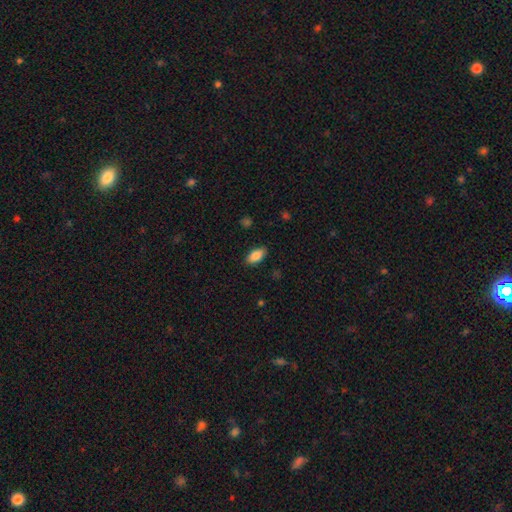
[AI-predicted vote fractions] smooth_or_featured: smooth (p=0.86) [alt: star or artifact p=0.07]
how_rounded: in between (p=0.90) [alt: cigar-shaped p=0.07]
merging: none (p=0.87) [alt: minor disturbance p=0.10]